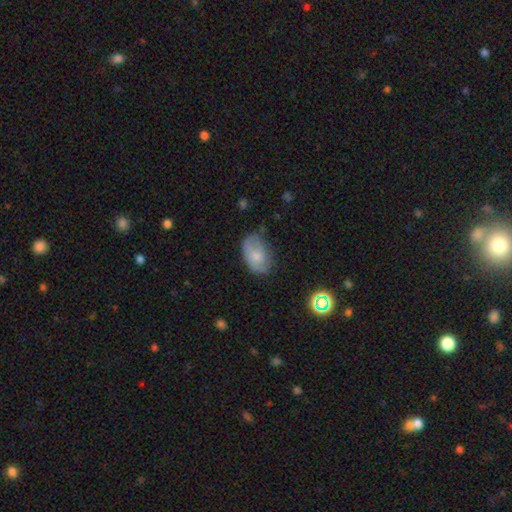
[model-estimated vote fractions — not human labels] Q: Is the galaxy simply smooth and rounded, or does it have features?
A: smooth — 69%.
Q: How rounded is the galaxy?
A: in between — 88%.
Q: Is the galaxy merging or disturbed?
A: none — 53%.